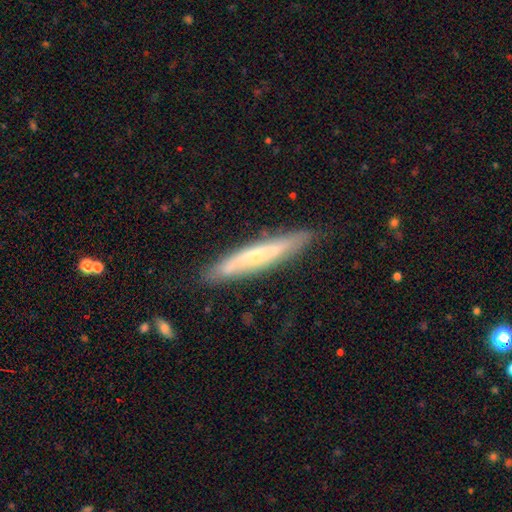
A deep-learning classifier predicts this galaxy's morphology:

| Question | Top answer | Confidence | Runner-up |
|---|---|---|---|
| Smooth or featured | featured or disk | 58% | smooth (36%) |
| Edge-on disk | yes | 76% | no (24%) |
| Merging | none | 83% | minor disturbance (13%) |